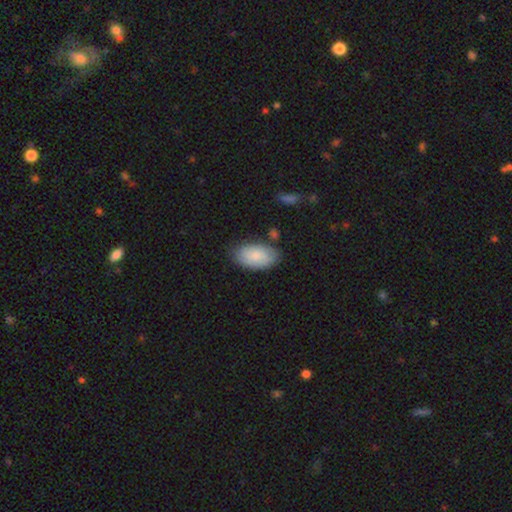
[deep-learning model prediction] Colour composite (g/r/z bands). It shows a smooth galaxy with no disk features (81%) that is in between round and cigar-shaped (94%). Merging: none (76%).